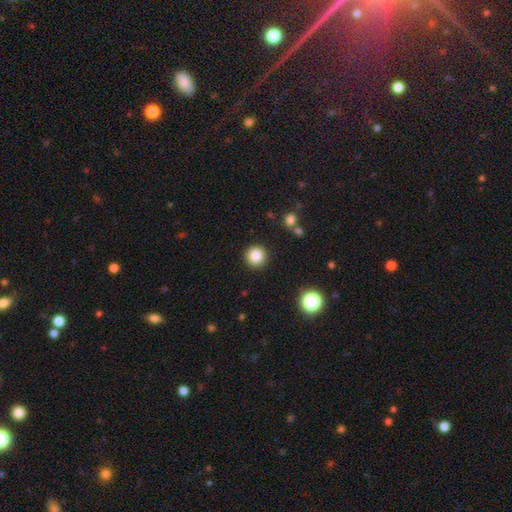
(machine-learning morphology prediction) smooth_or_featured: smooth (p=0.85) [alt: star or artifact p=0.11]
how_rounded: round (p=0.95) [alt: in between p=0.04]
merging: none (p=0.91) [alt: minor disturbance p=0.06]